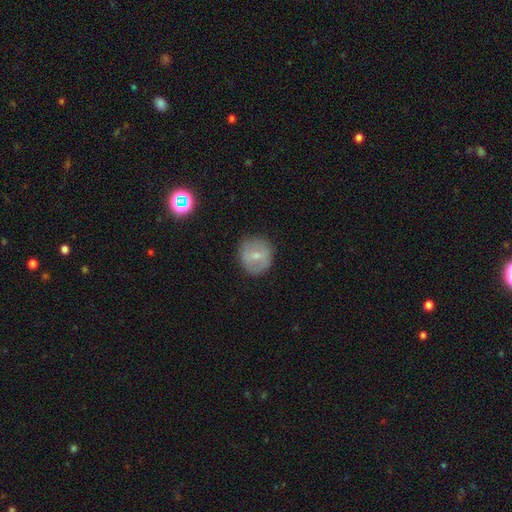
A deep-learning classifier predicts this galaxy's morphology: smooth-or-featured: smooth: 59% | featured or disk: 32% | star or artifact: 9%
  how-rounded: round: 88% | in between: 11% | cigar-shaped: 1%
  merging: none: 83% | minor disturbance: 12% | major disturbance: 4% | merger: 1%